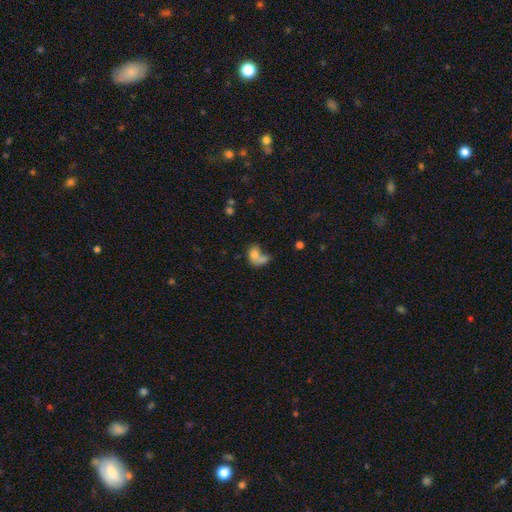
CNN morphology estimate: smooth-or-featured: smooth: 72% | featured or disk: 17% | star or artifact: 11%
  how-rounded: in between: 72% | round: 26% | cigar-shaped: 2%
  merging: merger: 61% | none: 20% | major disturbance: 11% | minor disturbance: 8%